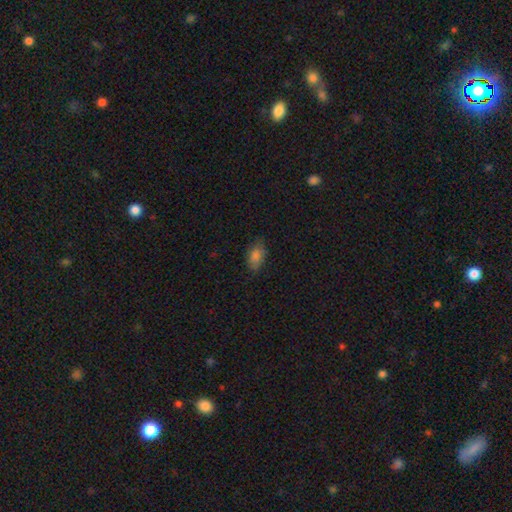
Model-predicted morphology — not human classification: smooth_or_featured: smooth (p=0.82) [alt: featured or disk p=0.09]
how_rounded: in between (p=0.90) [alt: round p=0.07]
merging: none (p=0.76) [alt: minor disturbance p=0.20]